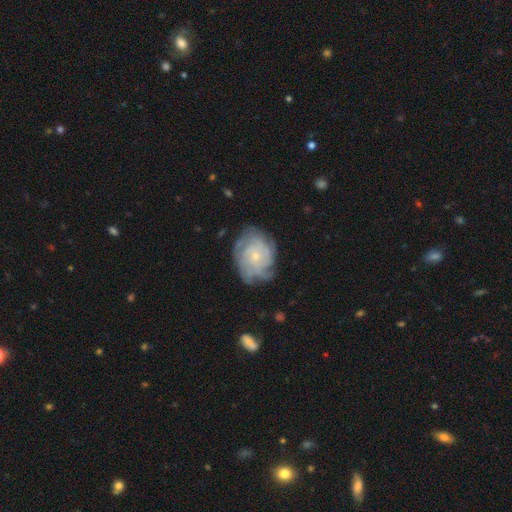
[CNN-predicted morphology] featured or disk 78%, smooth 15%, star or artifact 7%. Down the decision tree: edge-on disk — no (97%); bar — no (81%); spiral arms — yes (92%); spiral arm count — can't tell (38%); spiral winding — tight (66%); bulge size — small (76%); merging — none (70%).